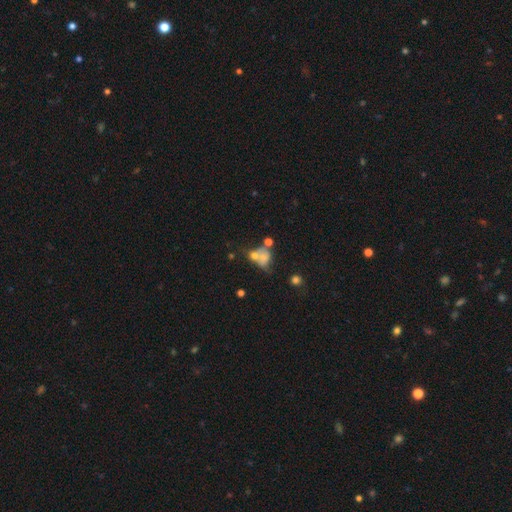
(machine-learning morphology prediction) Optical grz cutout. It shows a smooth galaxy with no disk features (54%) that is in between round and cigar-shaped (55%). Merging: merger (43%).